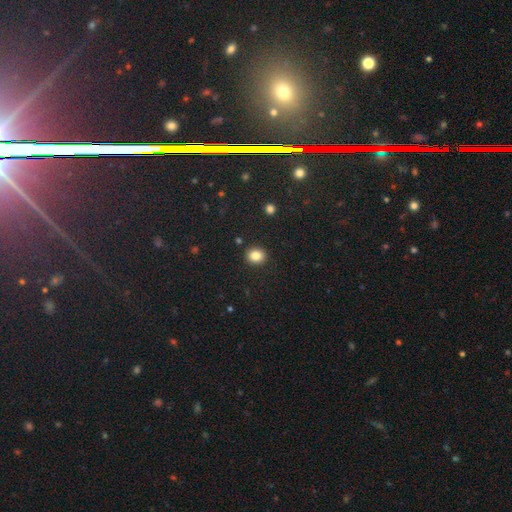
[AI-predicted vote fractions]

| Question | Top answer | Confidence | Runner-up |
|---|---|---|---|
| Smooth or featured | smooth | 84% | star or artifact (10%) |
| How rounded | round | 72% | in between (27%) |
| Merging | none | 90% | minor disturbance (6%) |